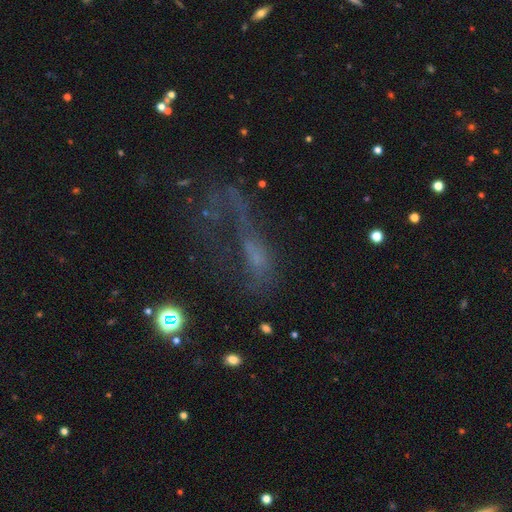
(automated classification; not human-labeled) Smooth or featured: featured or disk — 45% (smooth — 31%)
Merging: major disturbance — 55% (none — 23%)